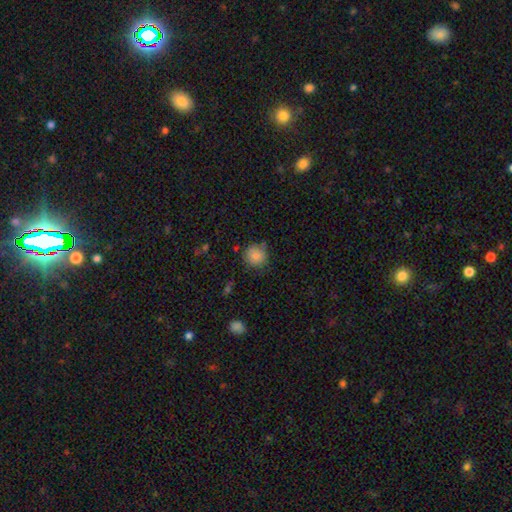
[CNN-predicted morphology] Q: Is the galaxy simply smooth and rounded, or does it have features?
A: smooth — 86%.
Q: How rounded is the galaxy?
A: round — 90%.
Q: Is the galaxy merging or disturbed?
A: none — 76%.